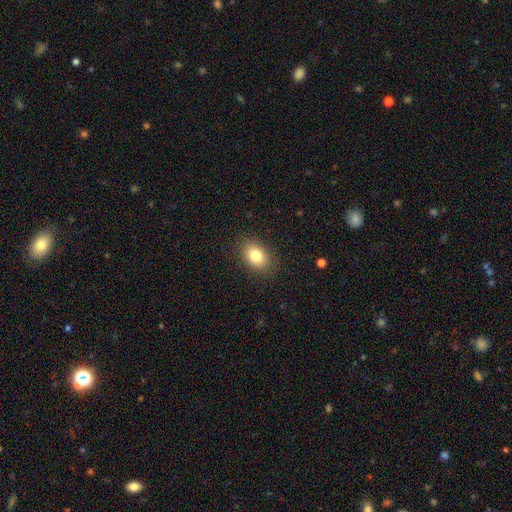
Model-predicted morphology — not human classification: Smooth or featured? Predicted: smooth (p=0.81). How rounded? Predicted: in between (p=0.78). Merging? Predicted: none (p=0.86).